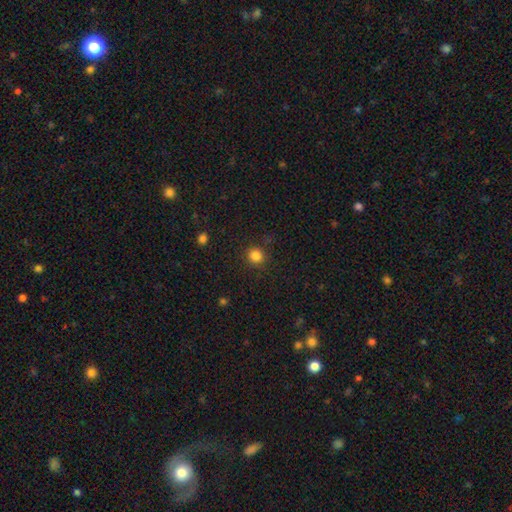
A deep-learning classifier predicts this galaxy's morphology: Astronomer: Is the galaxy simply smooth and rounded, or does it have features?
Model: smooth — 83%.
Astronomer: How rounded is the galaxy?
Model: round — 90%.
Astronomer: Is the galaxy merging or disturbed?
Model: none — 88%.